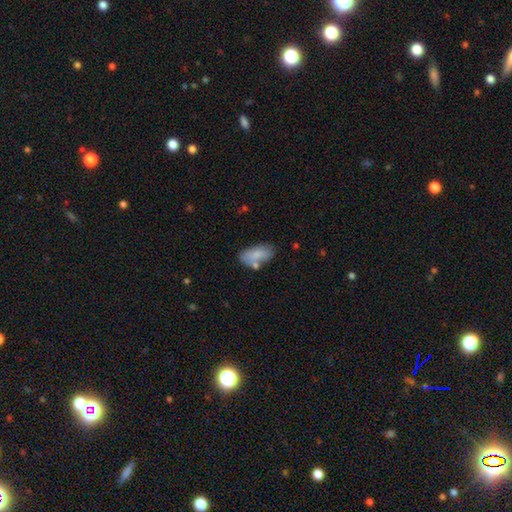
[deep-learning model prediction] Smooth or featured: smooth — 75% (featured or disk — 18%)
How rounded: in between — 92% (cigar-shaped — 4%)
Merging: none — 56% (minor disturbance — 21%)